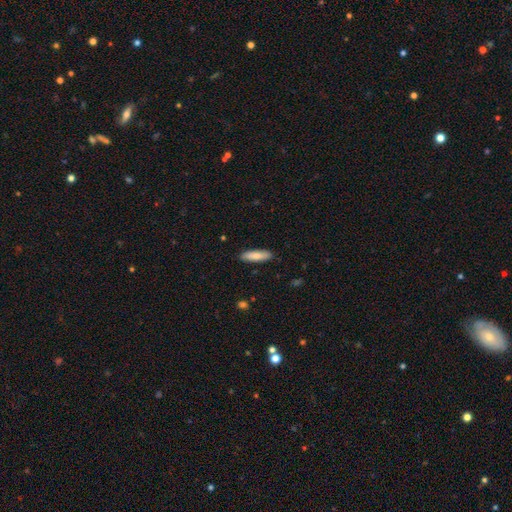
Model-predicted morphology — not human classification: type=smooth (83%); roundness=cigar-shaped (62%); merging=none (88%).